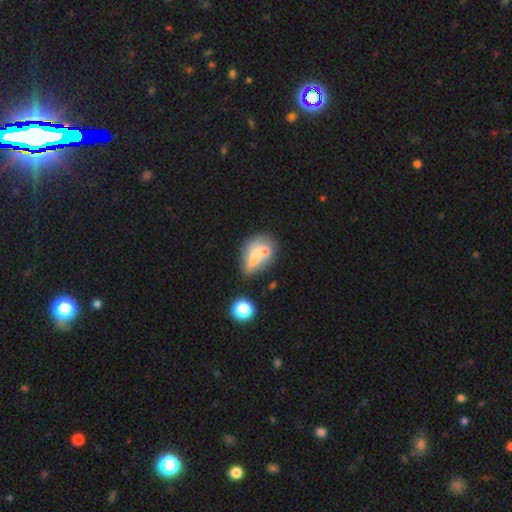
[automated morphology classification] This appears to be a smooth galaxy with no disk features (56%) that is in between round and cigar-shaped (71%). Merging: none (35%).